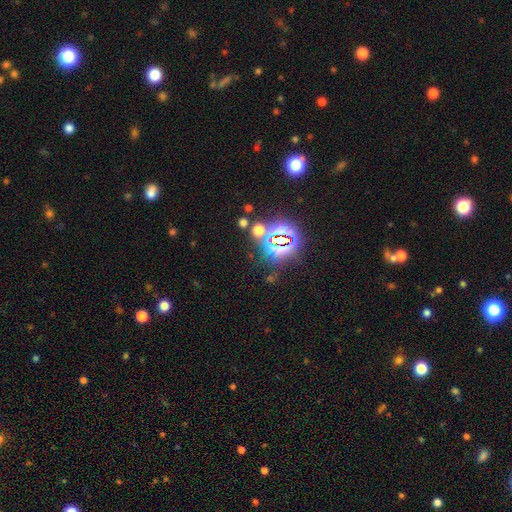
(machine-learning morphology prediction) type=star or artifact (81%).